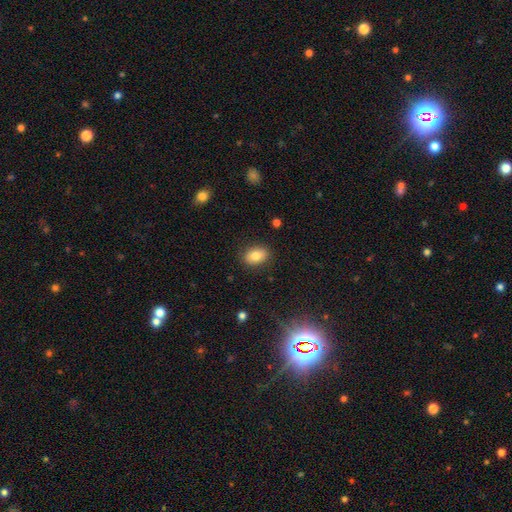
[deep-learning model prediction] Morphology: type=smooth (82%); roundness=in between (80%); merging=none (86%).